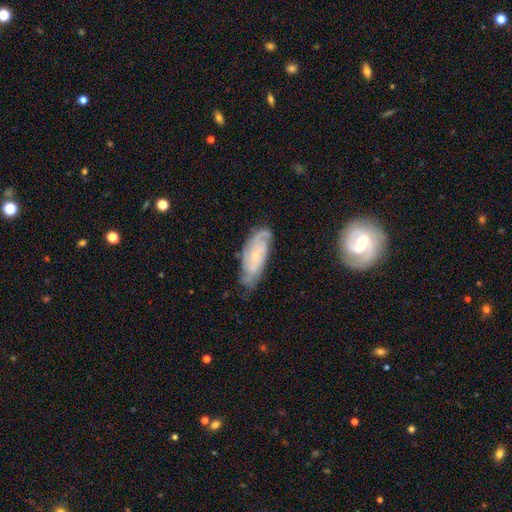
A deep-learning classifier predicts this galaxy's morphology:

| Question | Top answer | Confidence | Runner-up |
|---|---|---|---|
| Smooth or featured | featured or disk | 73% | smooth (20%) |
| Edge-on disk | no | 91% | yes (9%) |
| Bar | no | 66% | weak (28%) |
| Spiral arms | yes | 94% | no (6%) |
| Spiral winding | tight | 58% | medium (34%) |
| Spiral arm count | can't tell | 35% | 2 (30%) |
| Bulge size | small | 73% | moderate (17%) |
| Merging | none | 67% | minor disturbance (24%) |